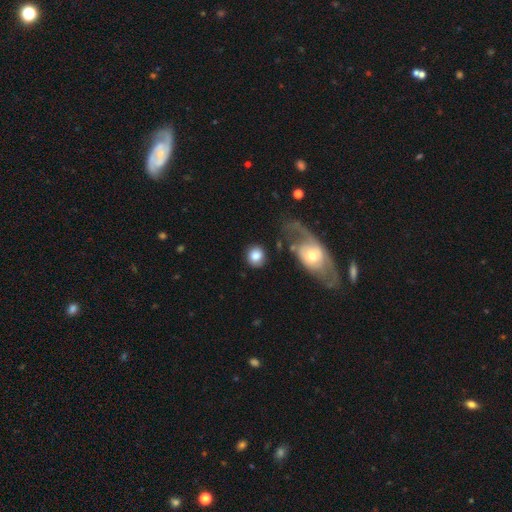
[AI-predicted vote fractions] smooth-or-featured: smooth: 80% | featured or disk: 13% | star or artifact: 7%
  how-rounded: round: 84% | in between: 15% | cigar-shaped: 1%
  merging: none: 69% | minor disturbance: 12% | merger: 9% | major disturbance: 9%